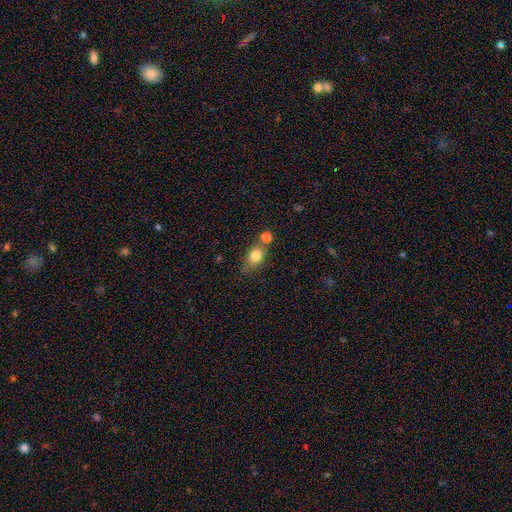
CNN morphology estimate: This is likely a smooth galaxy (80%). How rounded: possibly in between (59%). Merging: possibly none (56%).